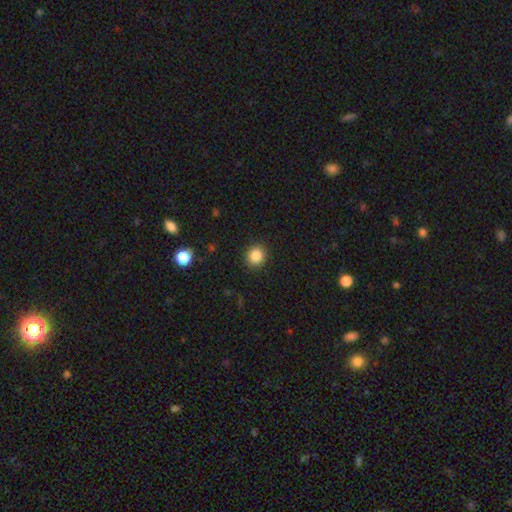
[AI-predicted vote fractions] Overall: smooth (86%). How rounded: round (88%). Merging: none (91%).